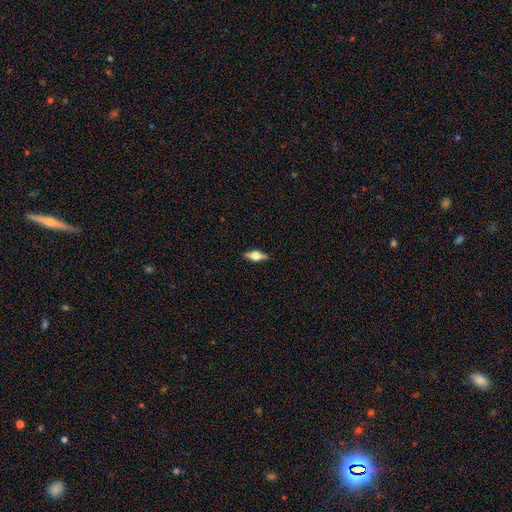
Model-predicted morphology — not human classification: Smooth or featured? Predicted: featured or disk (p=0.58). Edge-on disk? Predicted: yes (p=0.94). Edge-on bulge? Predicted: rounded (p=0.94). Merging? Predicted: none (p=0.88).